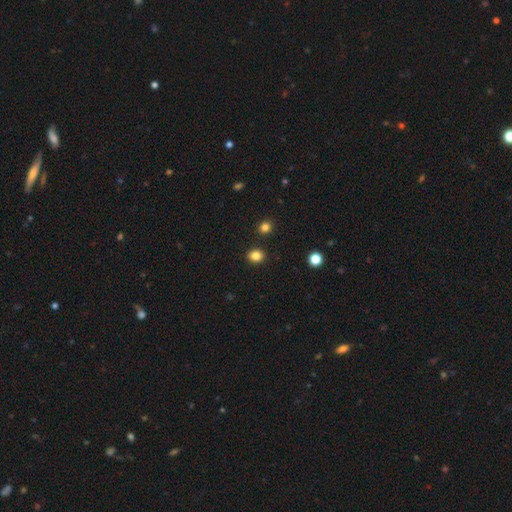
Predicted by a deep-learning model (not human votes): Q: Smooth or featured?
A: smooth (84%); runner-up: star or artifact (12%)
Q: How rounded?
A: round (67%); runner-up: in between (32%)
Q: Merging?
A: none (90%); runner-up: minor disturbance (6%)